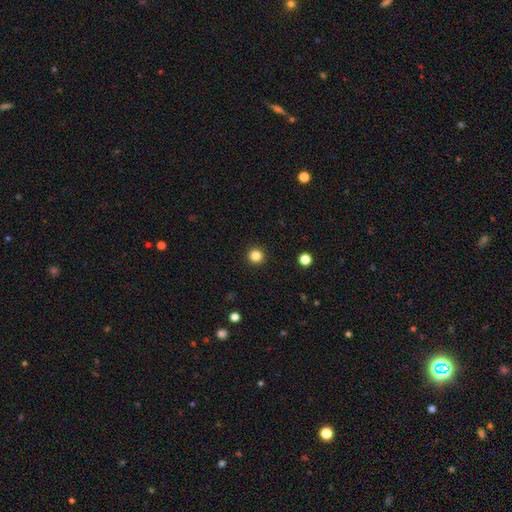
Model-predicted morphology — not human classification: type=smooth (84%); roundness=round (96%); merging=none (93%).